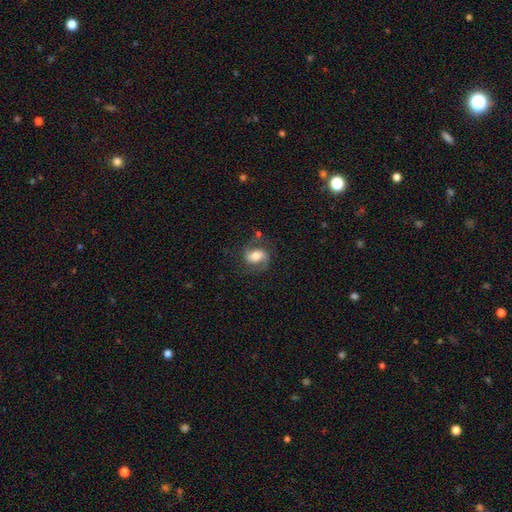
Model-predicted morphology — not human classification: Smooth or featured? Predicted: featured or disk (p=0.70). Edge-on disk? Predicted: no (p=0.97). Bar? Predicted: weak (p=0.39). Spiral arms? Predicted: yes (p=0.93). Spiral winding? Predicted: medium (p=0.50). Spiral arm count? Predicted: 2 (p=0.84). Bulge size? Predicted: moderate (p=0.53). Merging? Predicted: none (p=0.64).